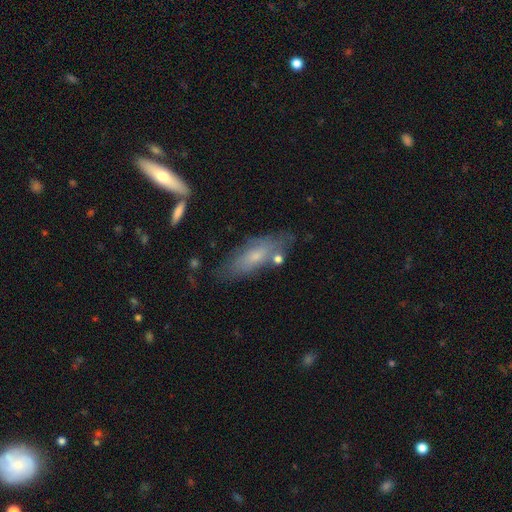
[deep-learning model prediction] smooth_or_featured: smooth (p=0.54) [alt: featured or disk p=0.39]
how_rounded: in between (p=0.66) [alt: cigar-shaped p=0.32]
merging: none (p=0.63) [alt: minor disturbance p=0.23]